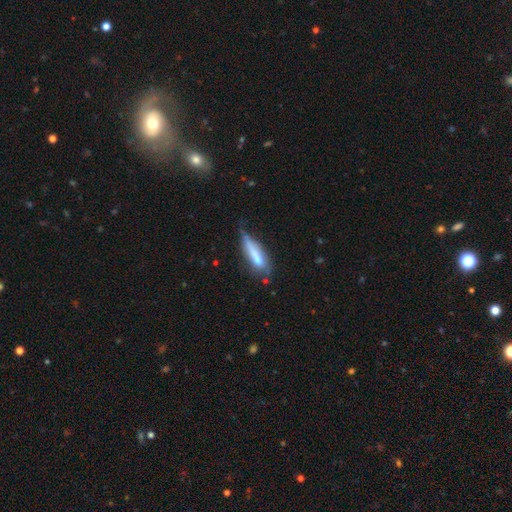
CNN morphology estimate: type=smooth (65%); roundness=cigar-shaped (67%); merging=none (44%).